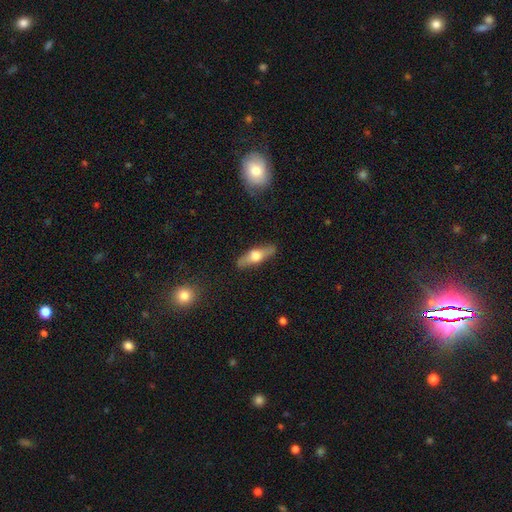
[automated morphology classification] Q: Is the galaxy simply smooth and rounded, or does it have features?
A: featured or disk — 52%.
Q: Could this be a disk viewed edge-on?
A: yes — 87%.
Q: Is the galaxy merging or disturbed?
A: none — 86%.